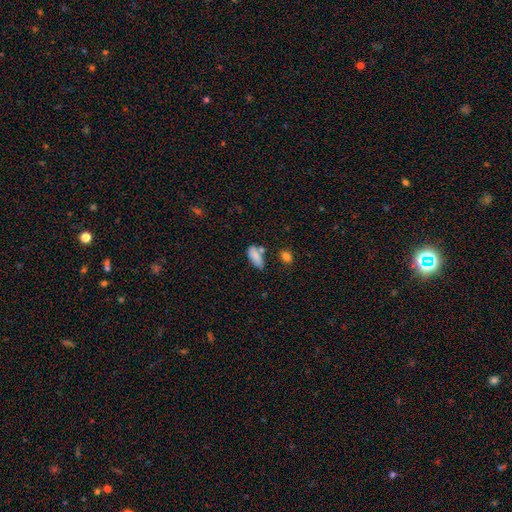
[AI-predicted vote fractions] This appears to be a smooth galaxy with no disk features (83%) that is in between round and cigar-shaped (82%). Merging: none (52%).